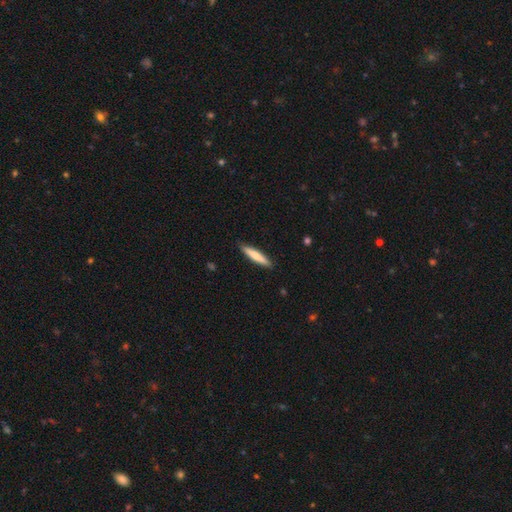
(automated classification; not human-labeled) Smooth or featured? smooth (70%)
How rounded? cigar-shaped (89%)
Merging? none (89%)